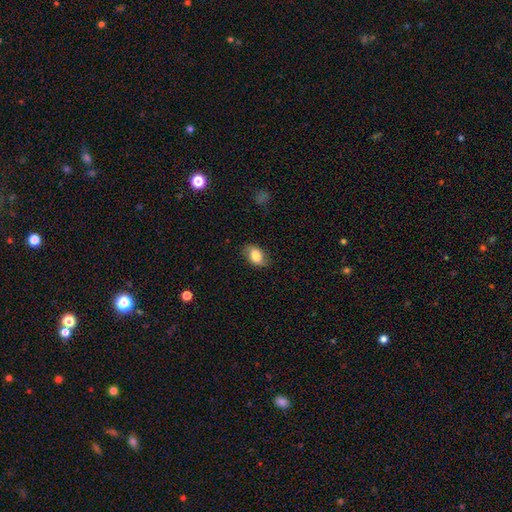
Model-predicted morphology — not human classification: Smooth or featured: smooth — 78% (featured or disk — 14%)
How rounded: in between — 84% (round — 14%)
Merging: none — 78% (minor disturbance — 17%)